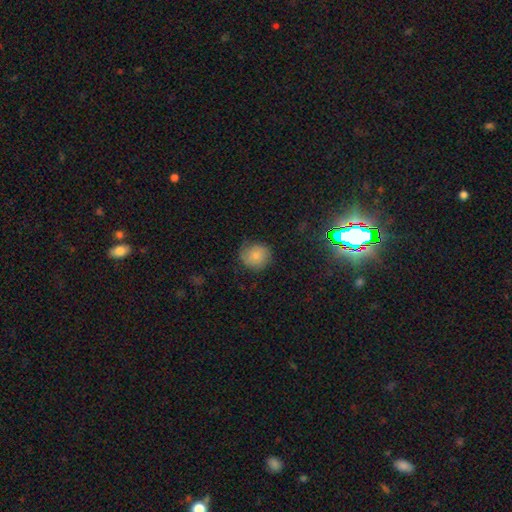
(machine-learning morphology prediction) Smooth or featured? smooth (77%)
How rounded? round (86%)
Merging? none (71%)